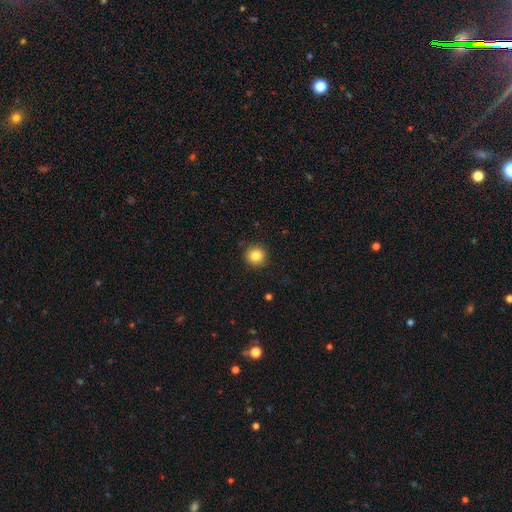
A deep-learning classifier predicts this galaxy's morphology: A smooth galaxy with no disk features (85%) that is round (94%). Merging: none (90%).